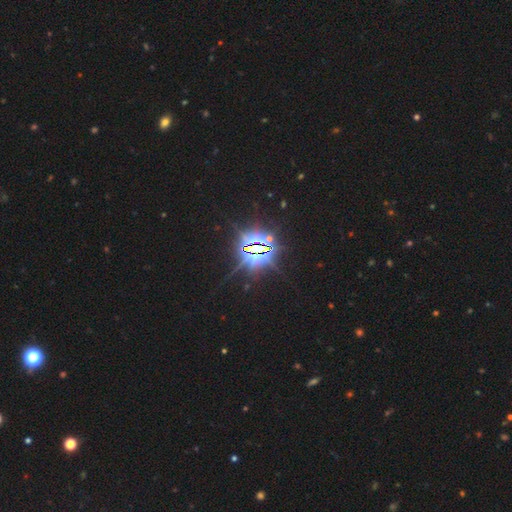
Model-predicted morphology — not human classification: Q: Smooth or featured?
A: star or artifact (87%); runner-up: smooth (7%)